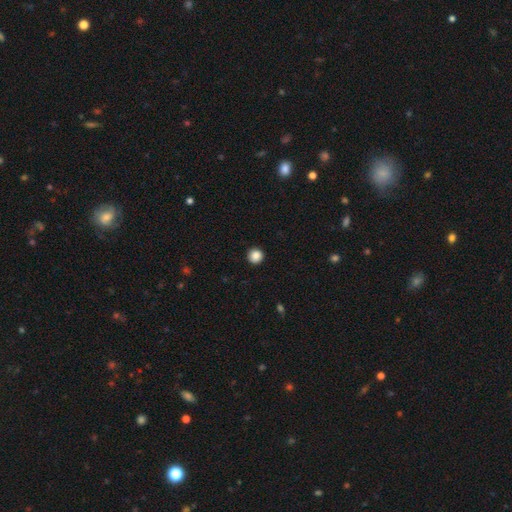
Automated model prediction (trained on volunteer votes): This appears to be a smooth galaxy with no disk features (88%) that is round (96%). Merging: none (94%).